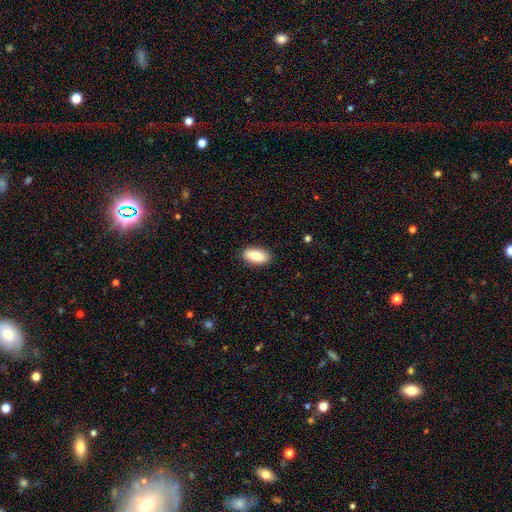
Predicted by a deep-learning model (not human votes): Smooth or featured? Predicted: smooth (p=0.78). How rounded? Predicted: in between (p=0.90). Merging? Predicted: none (p=0.89).